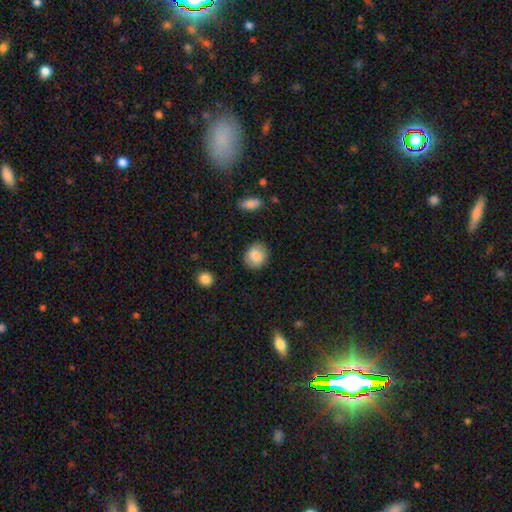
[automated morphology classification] A smooth galaxy with no disk features (84%) that is round (71%).

Vote fractions:
- Smooth or featured? smooth: 84% / featured or disk: 8% / star or artifact: 7%
- How rounded? round: 71% / in between: 28% / cigar-shaped: 1%
- Merging? none: 85% / minor disturbance: 11% / major disturbance: 3% / merger: 1%